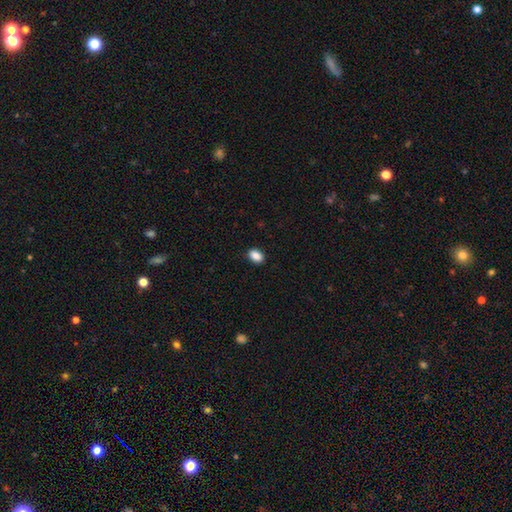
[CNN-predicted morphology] Overall: smooth (89%). How rounded: in between (85%). Merging: none (89%).